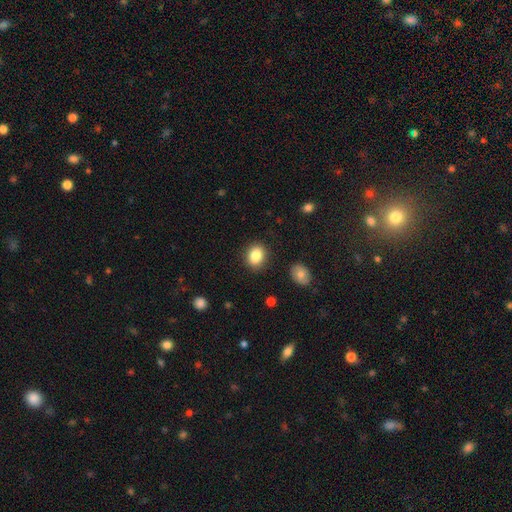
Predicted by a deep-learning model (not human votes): This is clearly a smooth galaxy (84%). How rounded: possibly round (51%). Merging: clearly none (88%).